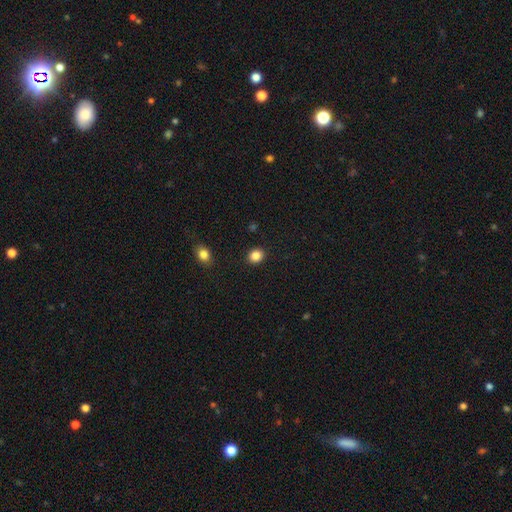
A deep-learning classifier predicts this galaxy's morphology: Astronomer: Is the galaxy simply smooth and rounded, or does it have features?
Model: smooth — 85%.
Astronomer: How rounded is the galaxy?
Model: round — 71%.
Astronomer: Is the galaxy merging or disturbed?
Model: none — 91%.